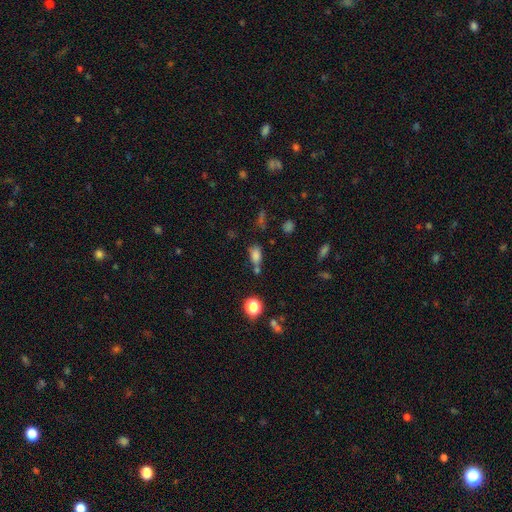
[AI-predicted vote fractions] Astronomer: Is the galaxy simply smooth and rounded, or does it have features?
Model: smooth — 77%.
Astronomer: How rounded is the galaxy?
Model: in between — 82%.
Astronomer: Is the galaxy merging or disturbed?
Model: none — 51%.